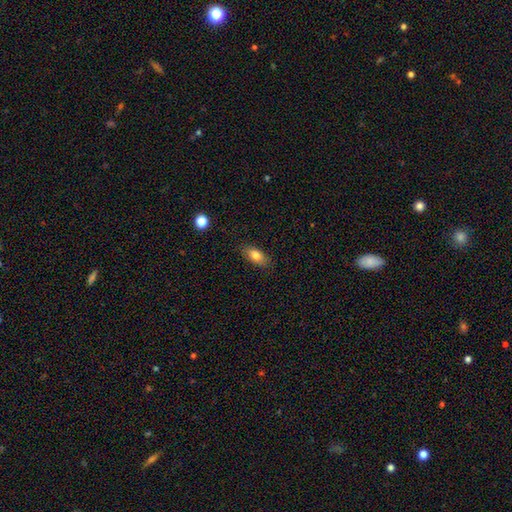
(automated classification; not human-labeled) Morphology: type=smooth (78%); roundness=in between (84%); merging=none (85%).